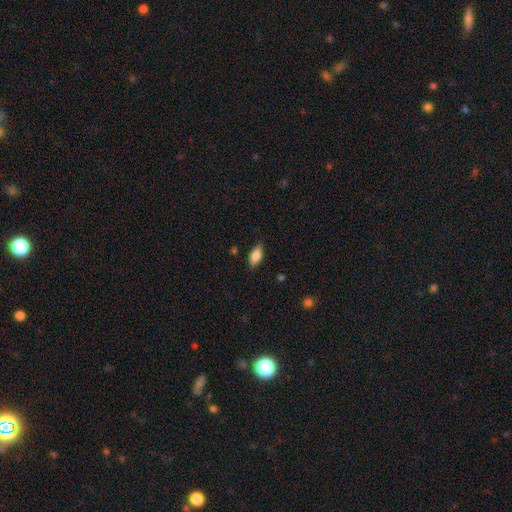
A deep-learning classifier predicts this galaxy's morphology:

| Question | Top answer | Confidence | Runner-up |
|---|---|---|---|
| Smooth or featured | smooth | 79% | featured or disk (14%) |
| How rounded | in between | 82% | cigar-shaped (16%) |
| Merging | none | 82% | minor disturbance (14%) |